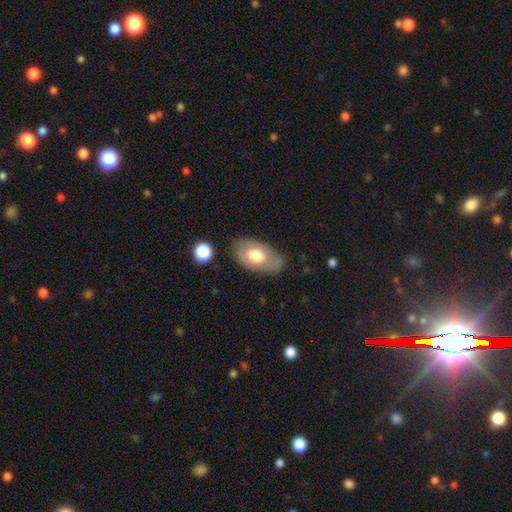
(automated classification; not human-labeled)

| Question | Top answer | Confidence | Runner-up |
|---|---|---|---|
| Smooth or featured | smooth | 64% | featured or disk (29%) |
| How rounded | in between | 92% | round (7%) |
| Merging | none | 72% | minor disturbance (19%) |